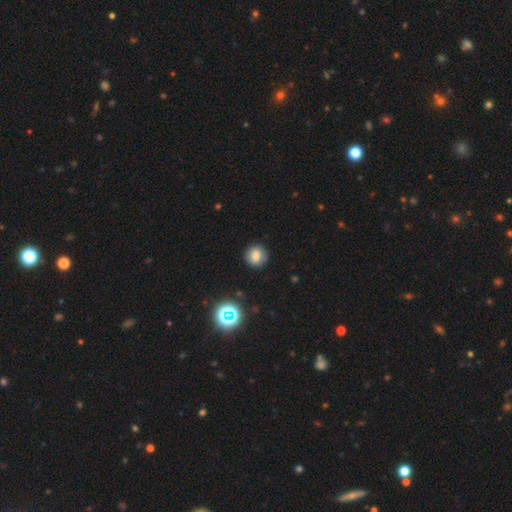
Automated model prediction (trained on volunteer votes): smooth_or_featured: smooth (p=0.77) [alt: star or artifact p=0.13]
how_rounded: round (p=0.86) [alt: in between p=0.13]
merging: none (p=0.87) [alt: minor disturbance p=0.09]